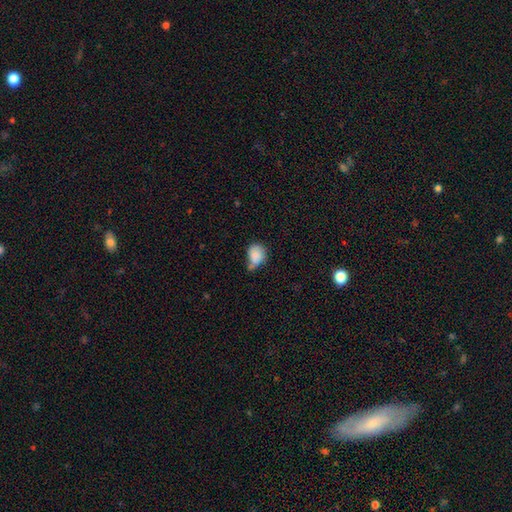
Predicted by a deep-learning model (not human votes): Overall: smooth (78%). How rounded: round (50%; in between 49%). Merging: minor disturbance (39%; none 30%).